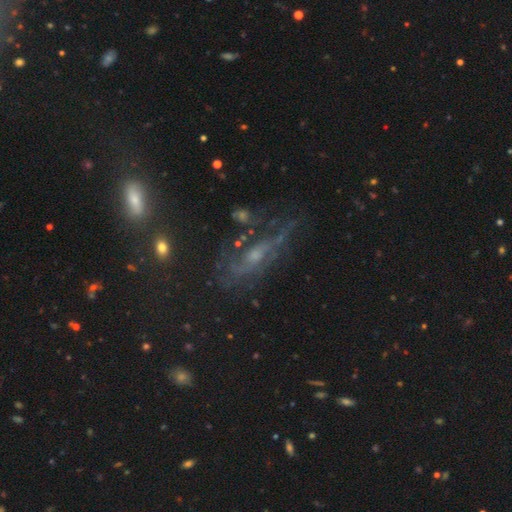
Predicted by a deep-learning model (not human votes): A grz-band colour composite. It shows a featured or disk galaxy (64%). Merging: none (48%).